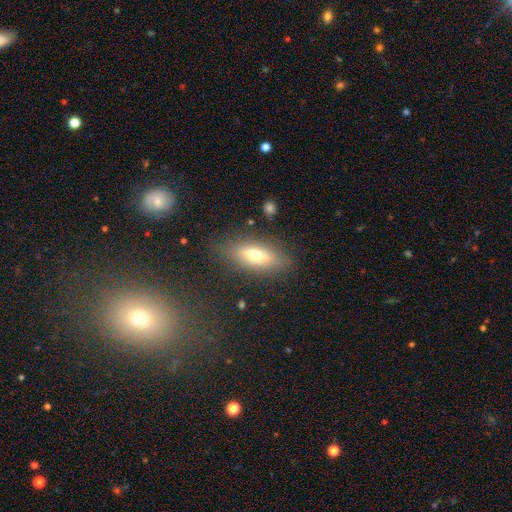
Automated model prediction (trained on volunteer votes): Smooth or featured: smooth — 48% (featured or disk — 43%)
Merging: none — 79% (minor disturbance — 13%)